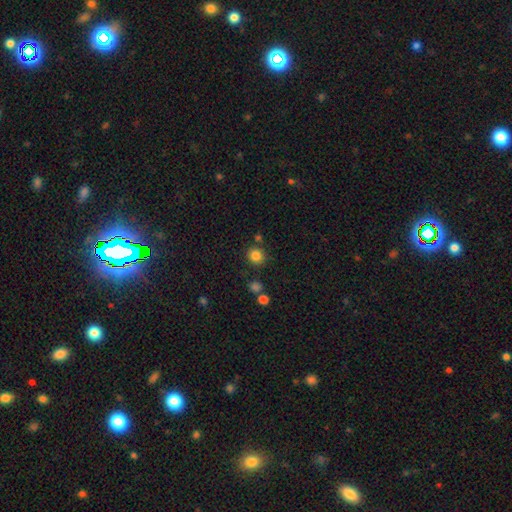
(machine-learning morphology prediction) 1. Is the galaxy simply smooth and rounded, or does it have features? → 84% smooth, 12% star or artifact, 4% featured or disk.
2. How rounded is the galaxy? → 89% round, 10% in between, 1% cigar-shaped.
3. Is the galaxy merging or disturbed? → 82% none, 9% minor disturbance, 6% merger, 3% major disturbance.